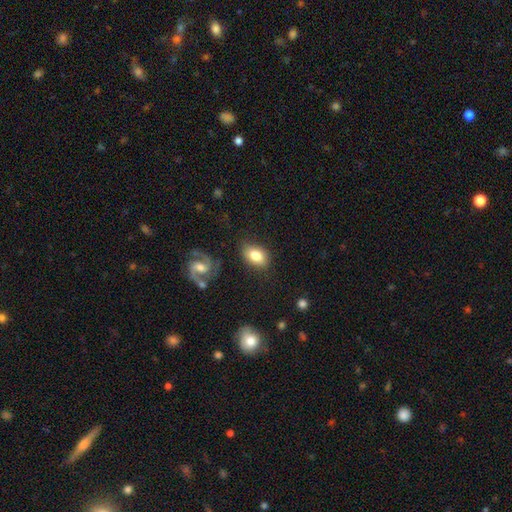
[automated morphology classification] smooth-or-featured: smooth: 78% | featured or disk: 15% | star or artifact: 7%
  how-rounded: in between: 83% | round: 15% | cigar-shaped: 1%
  merging: none: 75% | minor disturbance: 16% | major disturbance: 5% | merger: 4%